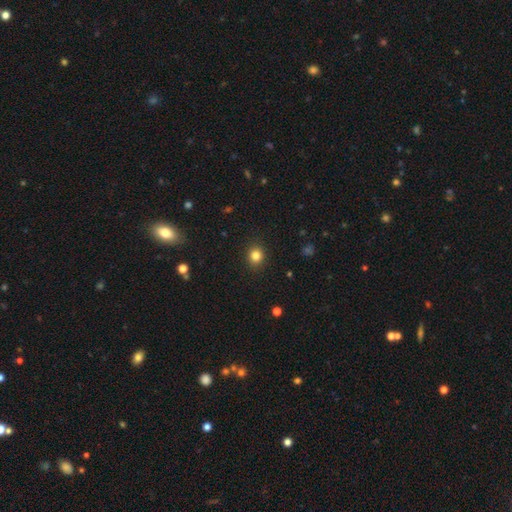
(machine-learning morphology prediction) smooth_or_featured: smooth (p=0.83) [alt: star or artifact p=0.12]
how_rounded: round (p=0.80) [alt: in between p=0.19]
merging: none (p=0.90) [alt: minor disturbance p=0.06]